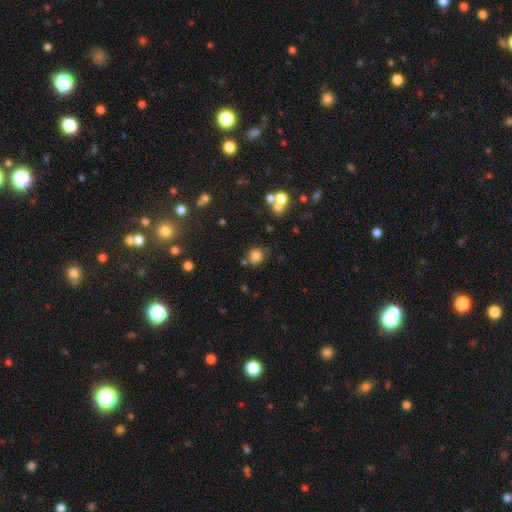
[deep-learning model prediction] Smooth or featured? Predicted: smooth (p=0.77). How rounded? Predicted: round (p=0.69). Merging? Predicted: none (p=0.62).